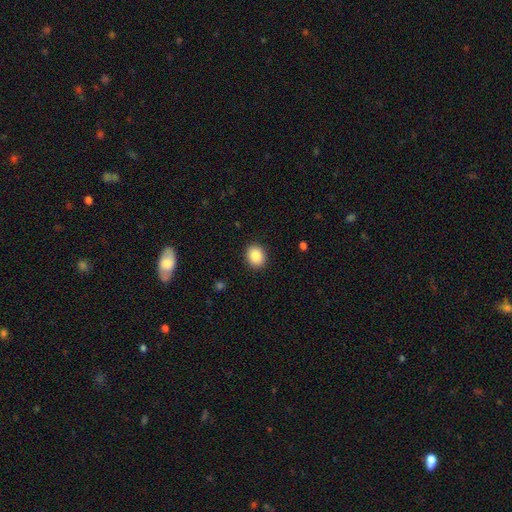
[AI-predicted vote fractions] Overall: smooth (88%). How rounded: round (60%; in between 39%). Merging: none (91%).